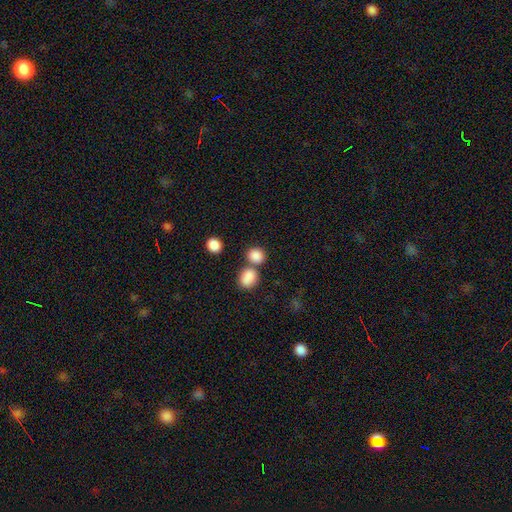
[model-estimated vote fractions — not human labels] Smooth or featured? smooth (85%)
How rounded? round (67%)
Merging? none (56%)